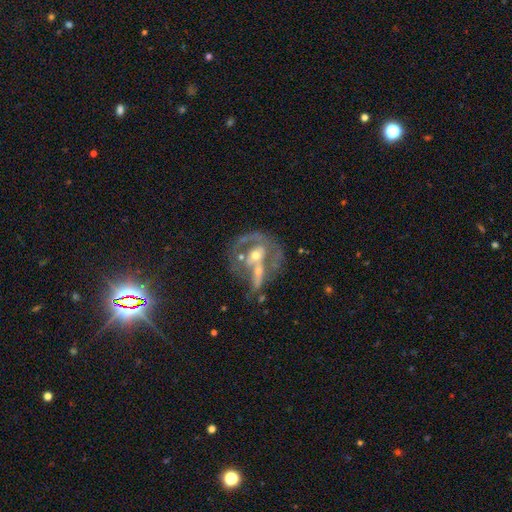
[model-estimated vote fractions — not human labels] Morphology: type=featured or disk (70%); edge-on=no (94%); bar=no (46%); spiral arms=yes (61%); bulge=moderate (51%); merging=merger (48%).